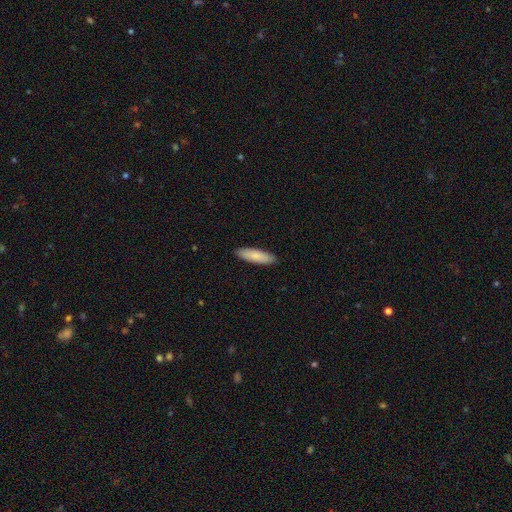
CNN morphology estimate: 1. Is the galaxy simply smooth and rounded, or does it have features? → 83% smooth, 11% featured or disk, 5% star or artifact.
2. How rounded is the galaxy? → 61% cigar-shaped, 38% in between, 1% round.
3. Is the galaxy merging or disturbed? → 90% none, 8% minor disturbance, 1% major disturbance, 1% merger.